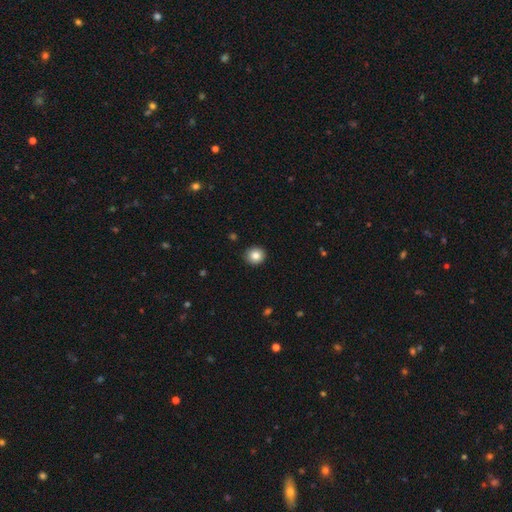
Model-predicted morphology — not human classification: Q: Smooth or featured?
A: smooth (84%); runner-up: star or artifact (9%)
Q: How rounded?
A: round (89%); runner-up: in between (10%)
Q: Merging?
A: none (92%); runner-up: minor disturbance (6%)